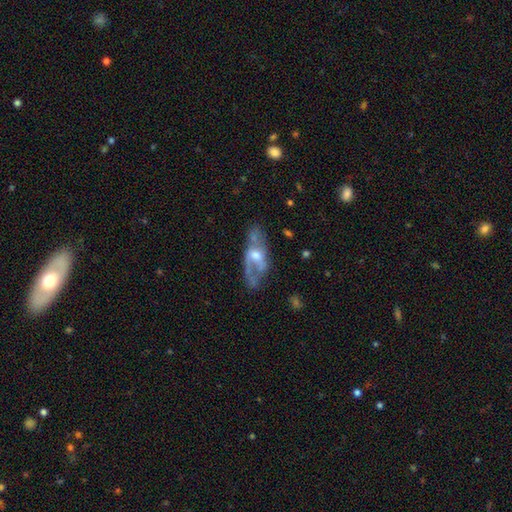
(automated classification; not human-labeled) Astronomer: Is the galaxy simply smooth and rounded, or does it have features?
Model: featured or disk — 69%.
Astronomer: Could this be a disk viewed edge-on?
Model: no — 85%.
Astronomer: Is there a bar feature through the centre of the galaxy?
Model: no — 54% (runner-up: weak, 35%).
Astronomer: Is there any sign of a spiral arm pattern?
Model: yes — 61% (runner-up: no, 39%).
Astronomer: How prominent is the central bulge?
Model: moderate — 60%.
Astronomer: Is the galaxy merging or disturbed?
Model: none — 49%.